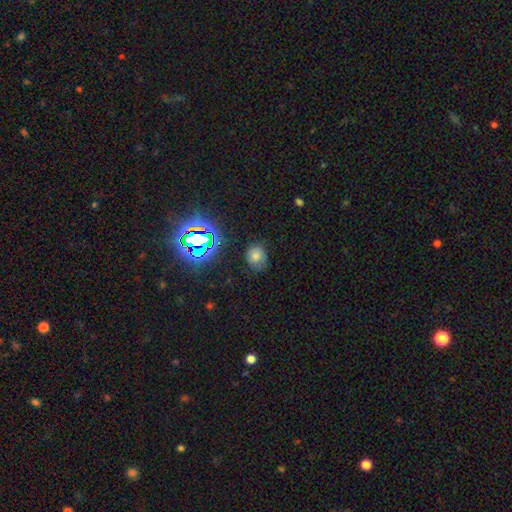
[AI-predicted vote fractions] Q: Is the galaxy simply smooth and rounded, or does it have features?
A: smooth — 62%.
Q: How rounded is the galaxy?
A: round — 62%.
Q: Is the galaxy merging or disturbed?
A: none — 74%.